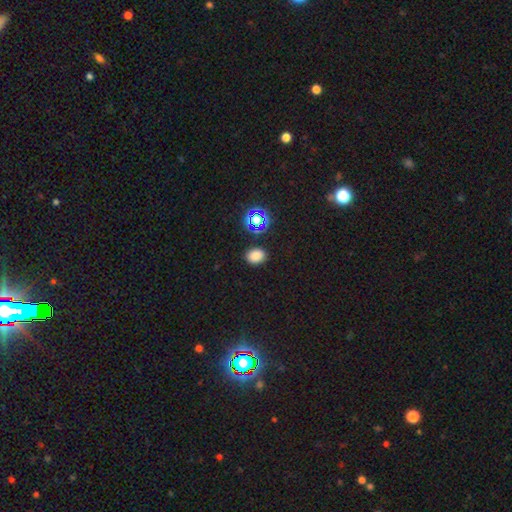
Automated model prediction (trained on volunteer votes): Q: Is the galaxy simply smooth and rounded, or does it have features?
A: smooth — 76%.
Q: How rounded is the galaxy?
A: in between — 59%.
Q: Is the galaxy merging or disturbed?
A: none — 85%.